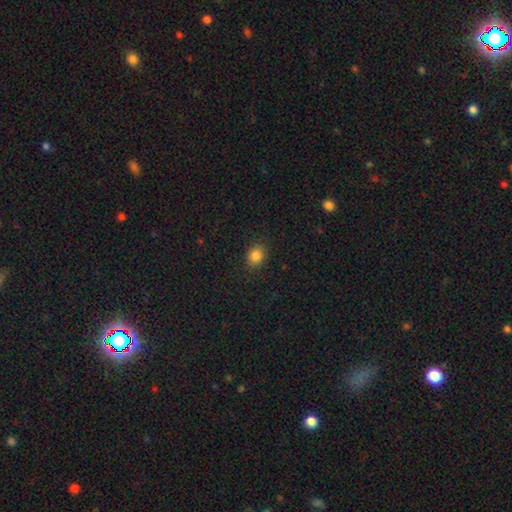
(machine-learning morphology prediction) type=smooth (84%); roundness=round (58%); merging=none (88%).